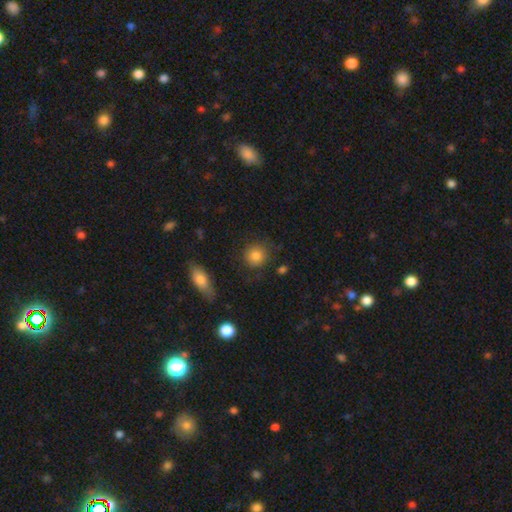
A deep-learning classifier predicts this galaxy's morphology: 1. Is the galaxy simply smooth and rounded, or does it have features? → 84% smooth, 9% star or artifact, 7% featured or disk.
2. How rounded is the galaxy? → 89% round, 10% in between, 1% cigar-shaped.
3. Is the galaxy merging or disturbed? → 82% none, 11% minor disturbance, 4% major disturbance, 3% merger.